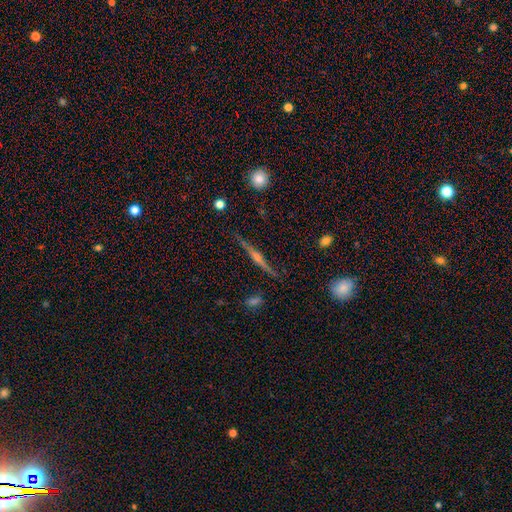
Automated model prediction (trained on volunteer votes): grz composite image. It shows a featured or disk galaxy (79%) viewed edge-on (97%) with a rounded central bulge (84%). Merging: none (87%).